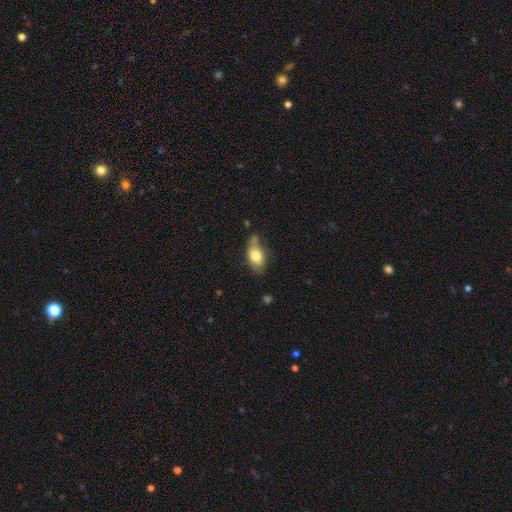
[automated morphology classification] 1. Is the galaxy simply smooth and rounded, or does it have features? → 76% smooth, 17% featured or disk, 7% star or artifact.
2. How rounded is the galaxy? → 87% in between, 8% round, 6% cigar-shaped.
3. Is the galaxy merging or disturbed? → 54% none, 30% minor disturbance, 9% merger, 7% major disturbance.